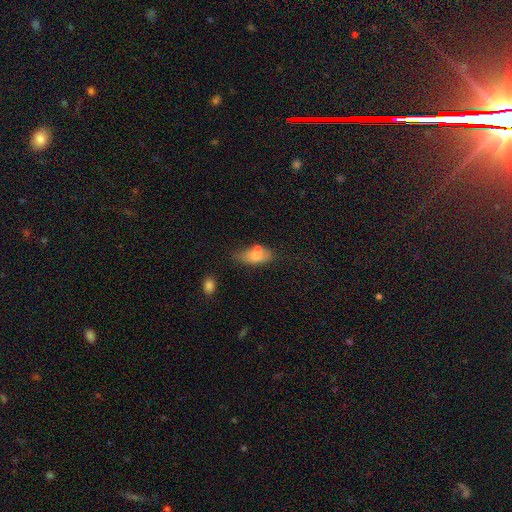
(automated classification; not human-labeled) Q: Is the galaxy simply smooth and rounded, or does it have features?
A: smooth — 71%.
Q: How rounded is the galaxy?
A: in between — 79%.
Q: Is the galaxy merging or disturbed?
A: none — 50%.